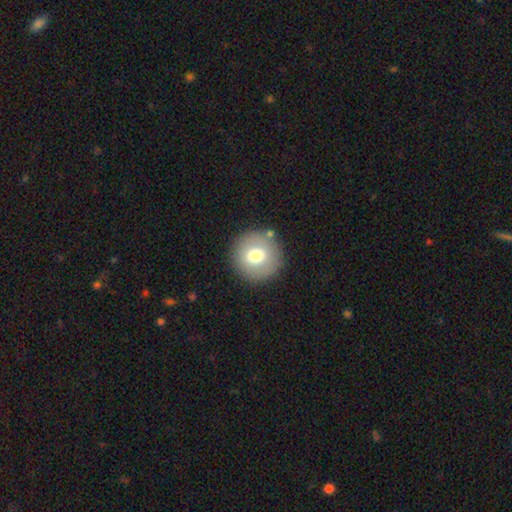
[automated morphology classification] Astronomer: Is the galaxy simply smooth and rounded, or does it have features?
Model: smooth — 73%.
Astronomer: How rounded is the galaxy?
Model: round — 95%.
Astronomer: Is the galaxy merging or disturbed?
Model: none — 85%.